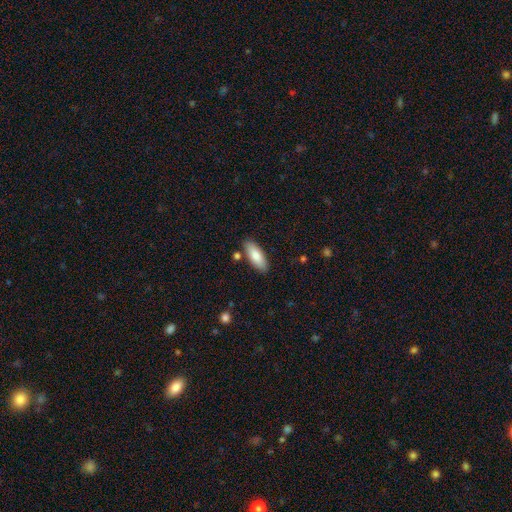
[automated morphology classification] smooth_or_featured: smooth (p=0.81) [alt: featured or disk p=0.13]
how_rounded: in between (p=0.75) [alt: cigar-shaped p=0.23]
merging: none (p=0.85) [alt: minor disturbance p=0.10]